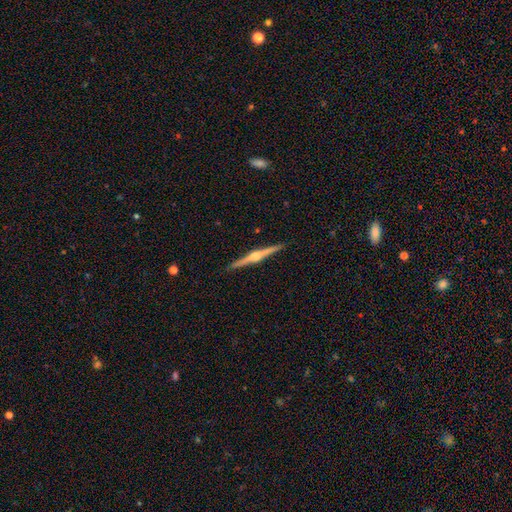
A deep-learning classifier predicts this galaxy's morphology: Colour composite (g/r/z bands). It shows a featured or disk galaxy (84%) viewed edge-on (99%) with a rounded central bulge (93%). Merging: none (92%).